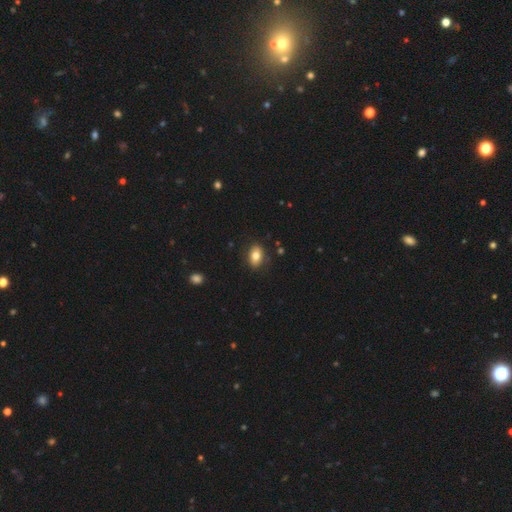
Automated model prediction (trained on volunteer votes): A smooth galaxy with no disk features (78%) that is in between round and cigar-shaped (82%). Merging: none (84%).